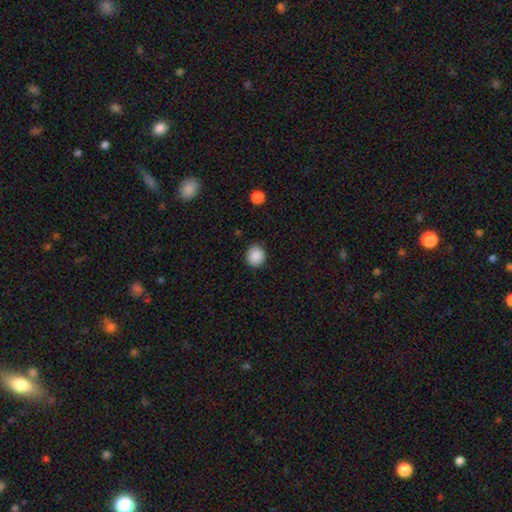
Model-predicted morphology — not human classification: Q: Smooth or featured?
A: smooth (89%); runner-up: star or artifact (9%)
Q: How rounded?
A: round (88%); runner-up: in between (12%)
Q: Merging?
A: none (89%); runner-up: minor disturbance (8%)